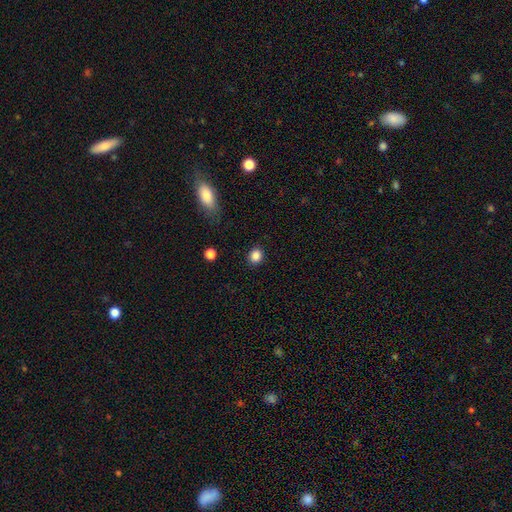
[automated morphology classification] smooth-or-featured: smooth: 86% | star or artifact: 10% | featured or disk: 3%
  how-rounded: round: 70% | in between: 29% | cigar-shaped: 1%
  merging: none: 89% | minor disturbance: 7% | major disturbance: 2% | merger: 1%